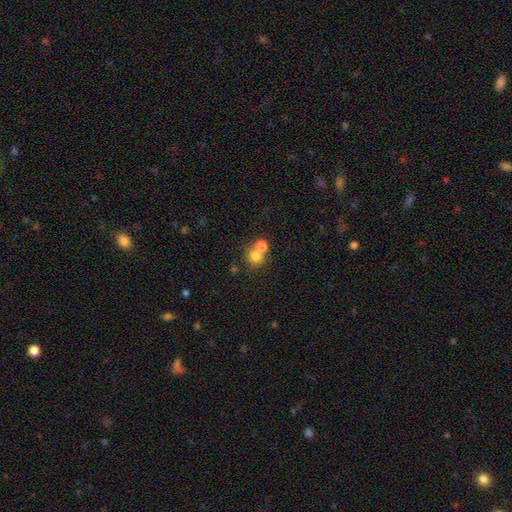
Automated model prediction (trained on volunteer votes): This appears to be a smooth galaxy with no disk features (77%) that is round (83%). Merging: none (45%, tied with merger).